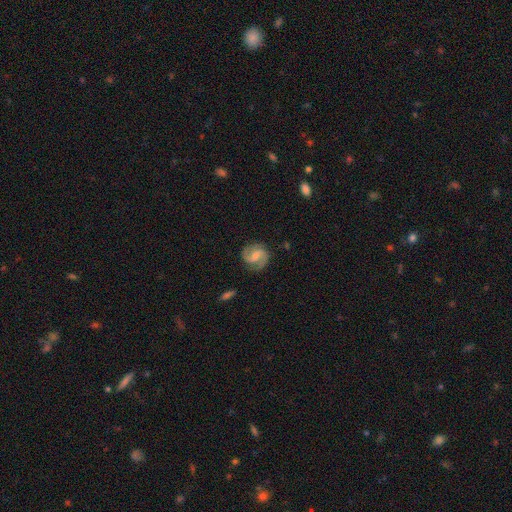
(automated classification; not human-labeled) Smooth or featured: featured or disk — 85% (smooth — 10%)
Edge-on disk: no — 98% (yes — 2%)
Bar: weak — 50% (no — 33%)
Spiral arms: yes — 97% (no — 3%)
Spiral winding: medium — 54% (tight — 24%)
Spiral arm count: 2 — 91% (can't tell — 3%)
Bulge size: small — 53% (moderate — 39%)
Merging: none — 81% (minor disturbance — 13%)